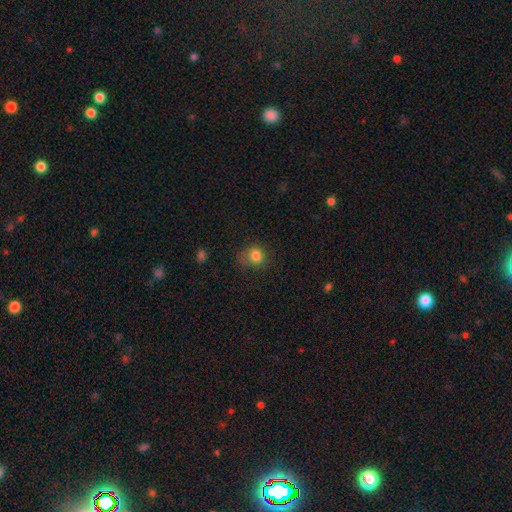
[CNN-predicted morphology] smooth 82%, star or artifact 12%, featured or disk 6%. Down the decision tree: how rounded — round (78%); merging — none (63%).